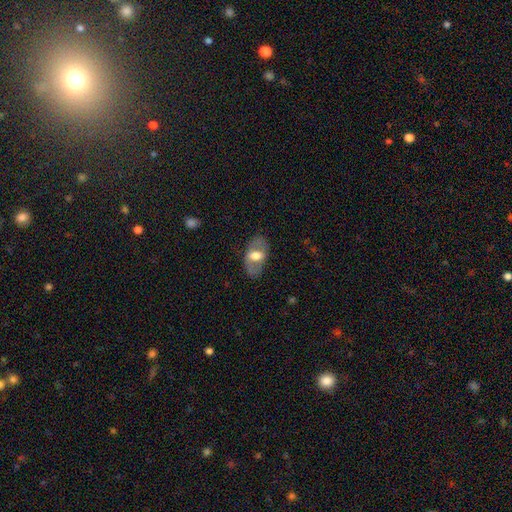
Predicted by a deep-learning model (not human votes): This appears to be a featured or disk galaxy (48%). Merging: none (78%).